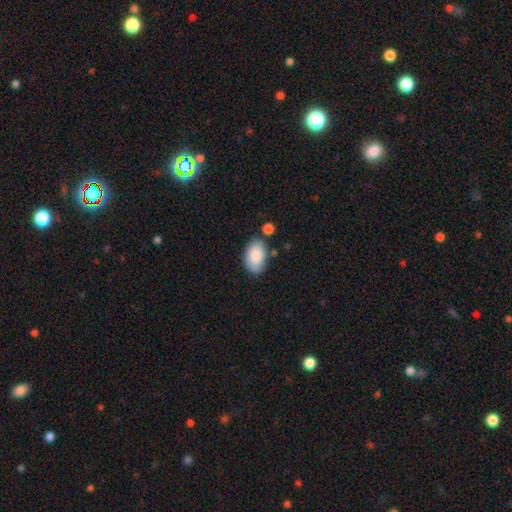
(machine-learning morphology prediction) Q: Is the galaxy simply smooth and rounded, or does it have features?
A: smooth — 85%.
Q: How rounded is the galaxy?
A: in between — 93%.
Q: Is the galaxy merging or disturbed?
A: none — 71%.